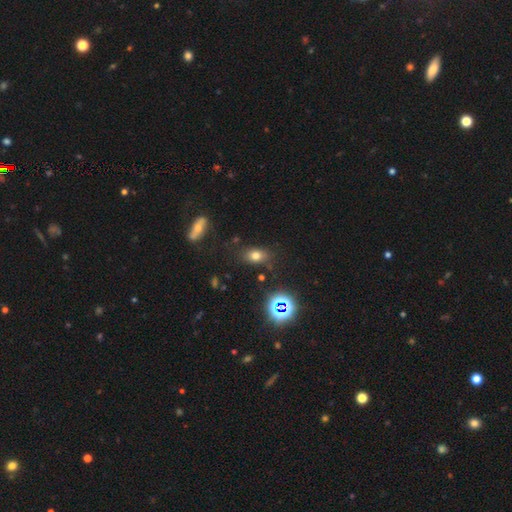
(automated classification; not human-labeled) Overall: smooth (68%). How rounded: in between (75%). Merging: none (78%).